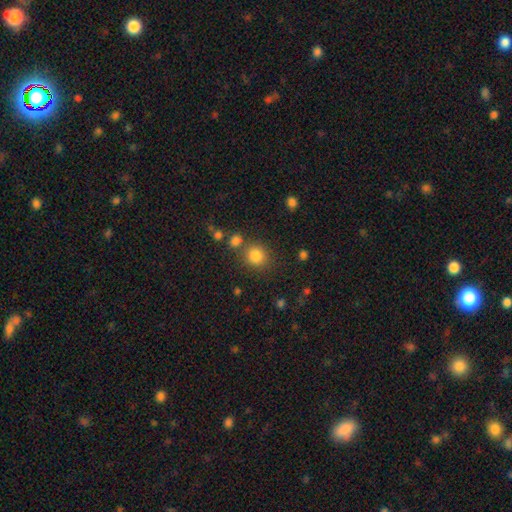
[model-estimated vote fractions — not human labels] Smooth or featured: smooth — 82% (star or artifact — 13%)
How rounded: round — 85% (in between — 14%)
Merging: none — 75% (merger — 11%)